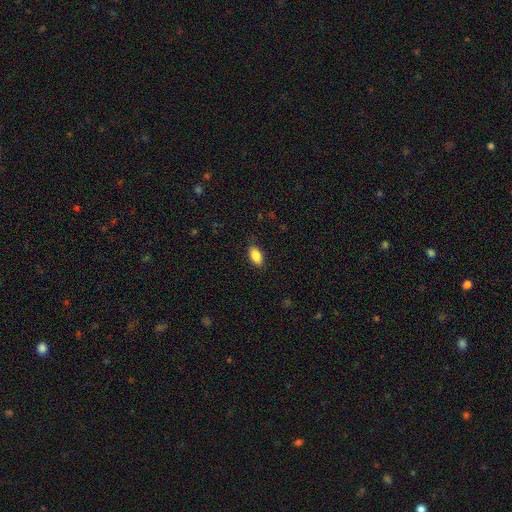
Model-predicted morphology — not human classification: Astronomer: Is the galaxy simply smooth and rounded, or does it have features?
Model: smooth — 87%.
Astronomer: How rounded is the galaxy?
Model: in between — 91%.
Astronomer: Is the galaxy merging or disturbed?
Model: none — 85%.